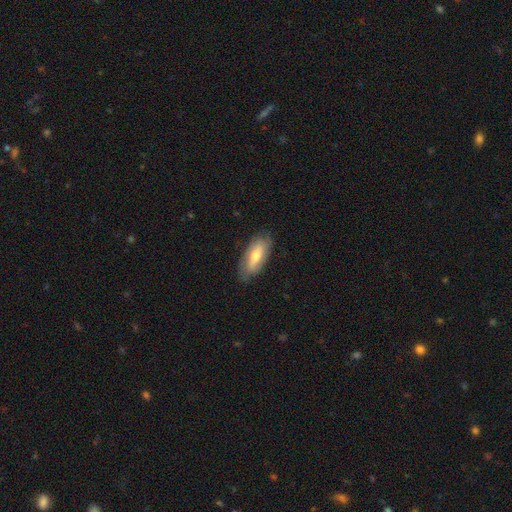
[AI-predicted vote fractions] This is possibly a smooth galaxy (53%). How rounded: likely in between (78%). Merging: clearly none (80%).